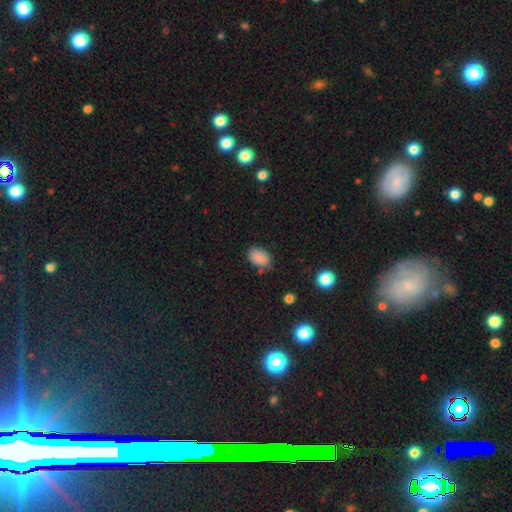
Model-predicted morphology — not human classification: smooth-or-featured: smooth: 85% | star or artifact: 11% | featured or disk: 5%
  how-rounded: in between: 87% | round: 12% | cigar-shaped: 1%
  merging: none: 77% | minor disturbance: 17% | major disturbance: 3% | merger: 3%